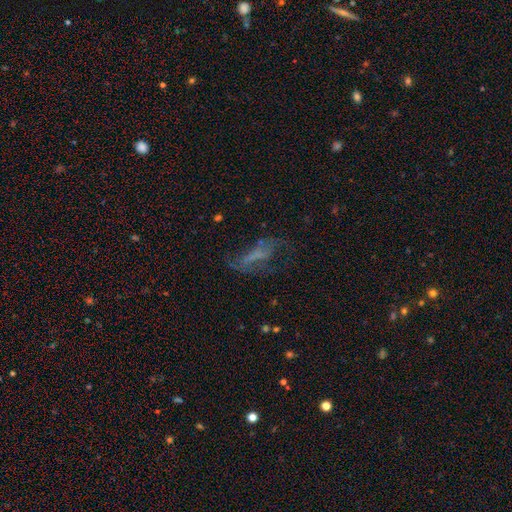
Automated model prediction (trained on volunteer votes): Morphology: type=featured or disk (44%); merging=major disturbance (39%).